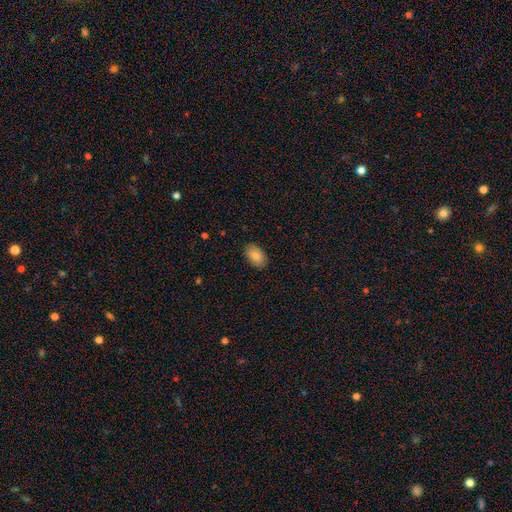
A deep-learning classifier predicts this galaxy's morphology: Smooth or featured: smooth — 85% (featured or disk — 8%)
How rounded: in between — 92% (round — 6%)
Merging: none — 87% (minor disturbance — 10%)